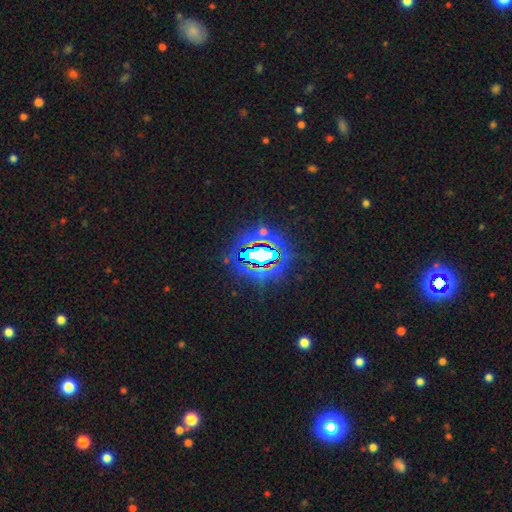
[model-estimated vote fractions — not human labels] Smooth or featured? Predicted: star or artifact (p=0.71).